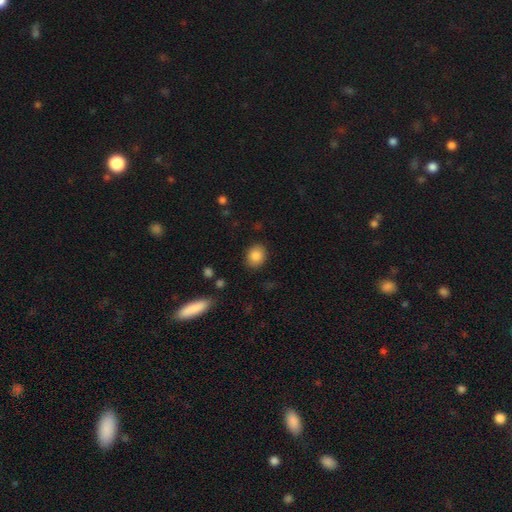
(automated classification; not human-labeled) smooth-or-featured: smooth: 85% | star or artifact: 8% | featured or disk: 6%
  how-rounded: in between: 51% | round: 48% | cigar-shaped: 1%
  merging: none: 86% | minor disturbance: 10% | major disturbance: 3% | merger: 1%